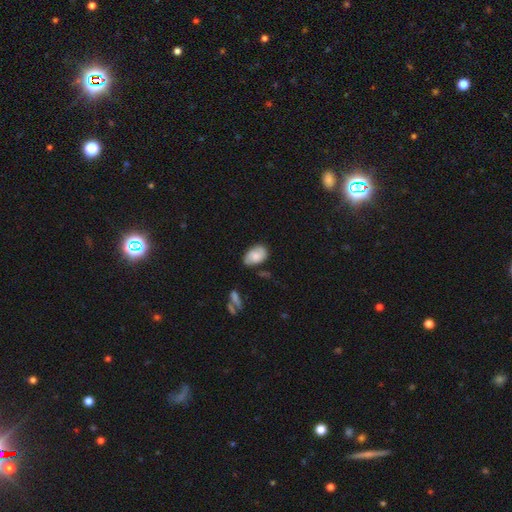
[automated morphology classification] This is likely a smooth galaxy (68%). How rounded: clearly in between (89%). Merging: likely none (65%).